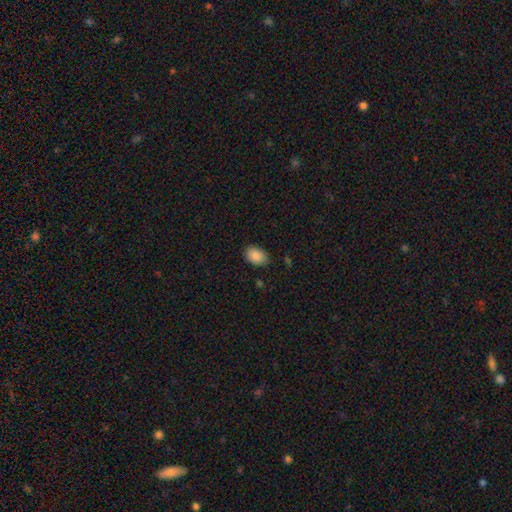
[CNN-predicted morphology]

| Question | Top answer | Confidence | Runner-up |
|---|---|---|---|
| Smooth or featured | smooth | 88% | star or artifact (7%) |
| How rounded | in between | 81% | round (18%) |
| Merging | none | 84% | minor disturbance (12%) |